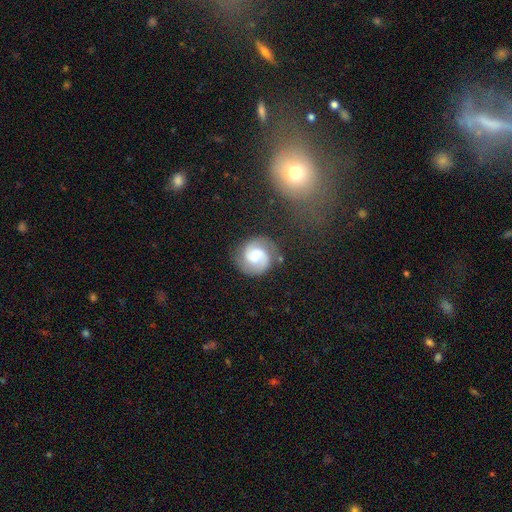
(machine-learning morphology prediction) type=featured or disk (77%); edge-on=no (98%); bar=weak (46%); spiral arms=yes (96%); winding=medium (49%); arm count=2 (88%); bulge=moderate (42%); merging=none (77%).